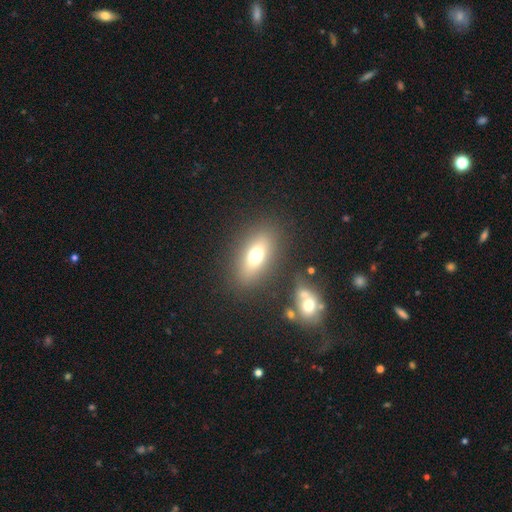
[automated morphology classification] smooth 65%, featured or disk 22%, star or artifact 12%. Down the decision tree: how rounded — in between (75%); merging — none (81%).